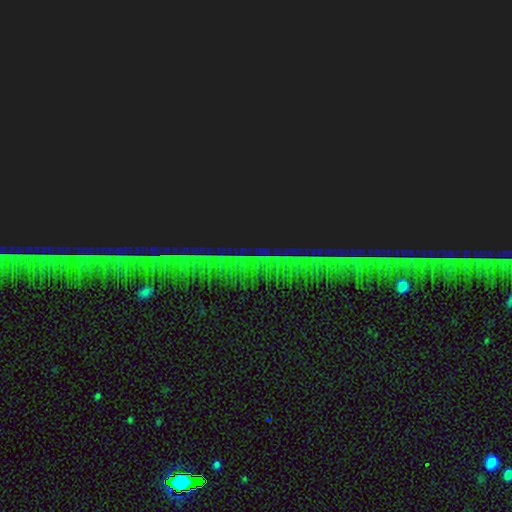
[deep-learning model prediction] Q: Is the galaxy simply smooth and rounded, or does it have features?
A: star or artifact — 87%.